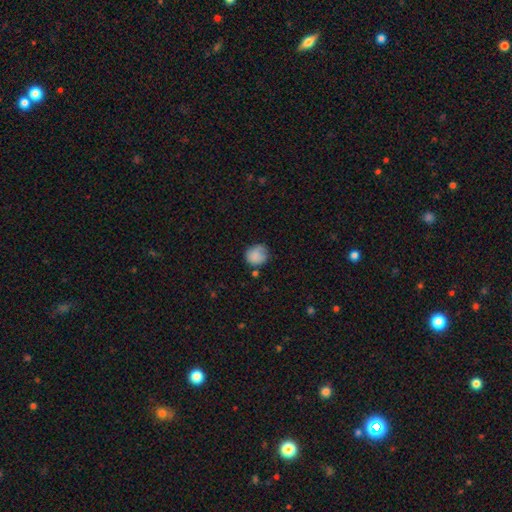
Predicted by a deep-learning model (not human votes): Morphology: type=smooth (85%); roundness=round (84%); merging=none (63%).